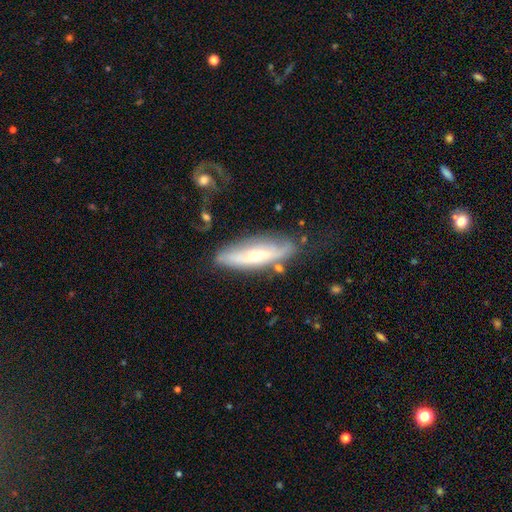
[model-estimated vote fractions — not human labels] Q: Smooth or featured?
A: featured or disk (62%); runner-up: smooth (31%)
Q: Edge-on disk?
A: no (57%); runner-up: yes (43%)
Q: Merging?
A: none (69%); runner-up: minor disturbance (20%)